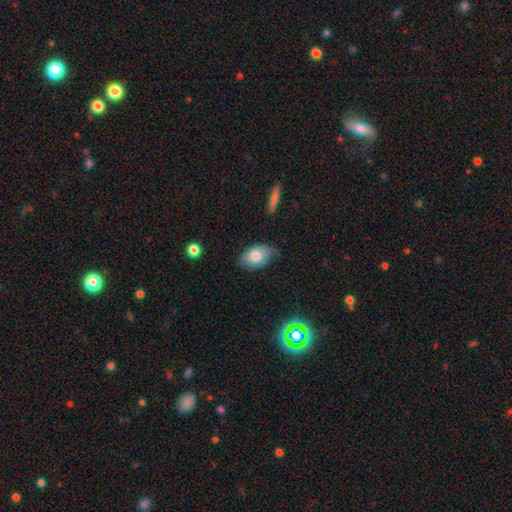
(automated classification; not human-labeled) The model was most divided on "merging": none: 60%, minor disturbance: 32%, major disturbance: 6%, merger: 2%. More confident: how rounded — in between (91%); smooth or featured — smooth (76%).